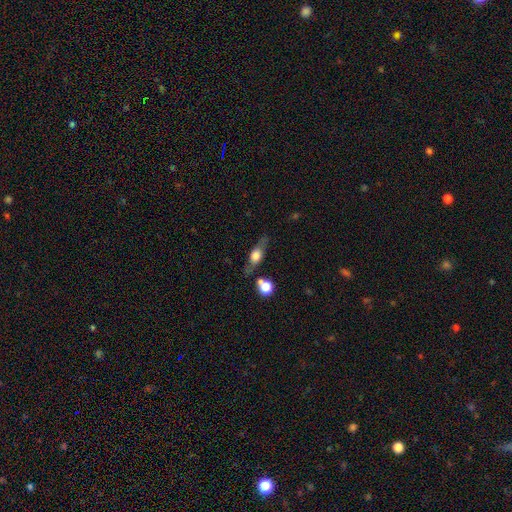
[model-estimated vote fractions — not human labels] Smooth or featured? featured or disk (49%)
Merging? none (66%)